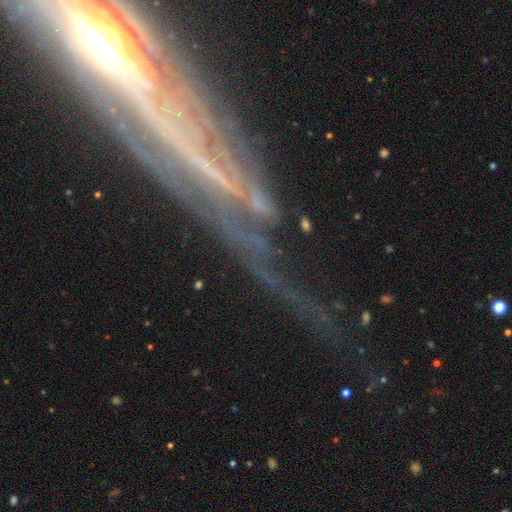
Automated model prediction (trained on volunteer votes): Smooth or featured: featured or disk — 75% (star or artifact — 15%)
Edge-on disk: no — 54% (yes — 46%)
Merging: none — 59% (minor disturbance — 18%)